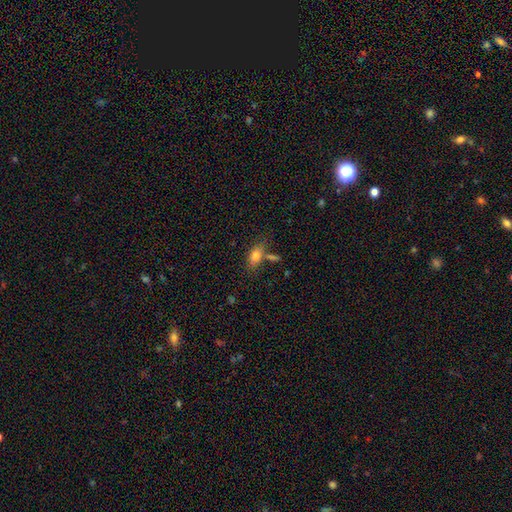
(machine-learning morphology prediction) Overall: smooth (79%). How rounded: in between (85%). Merging: none (61%).